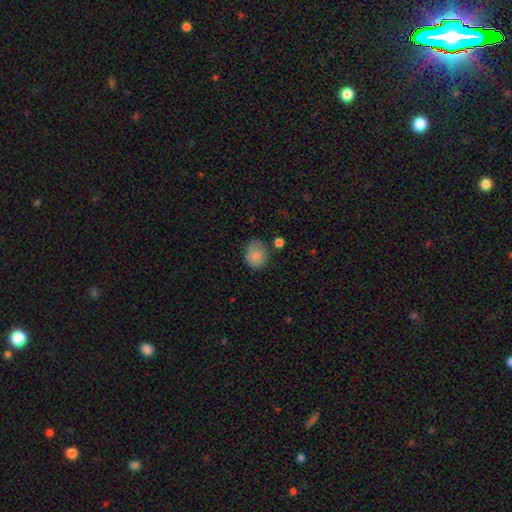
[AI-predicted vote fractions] A smooth galaxy with no disk features (84%) that is round (62%).

Vote fractions:
- Smooth or featured? smooth: 84% / star or artifact: 8% / featured or disk: 8%
- How rounded? round: 62% / in between: 38% / cigar-shaped: 1%
- Merging? none: 67% / minor disturbance: 22% / major disturbance: 6% / merger: 5%